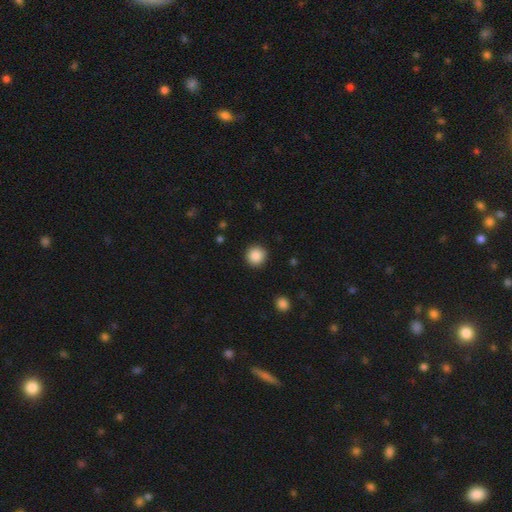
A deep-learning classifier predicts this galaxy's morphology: A smooth galaxy with no disk features (88%) that is round (95%). Merging: none (92%).